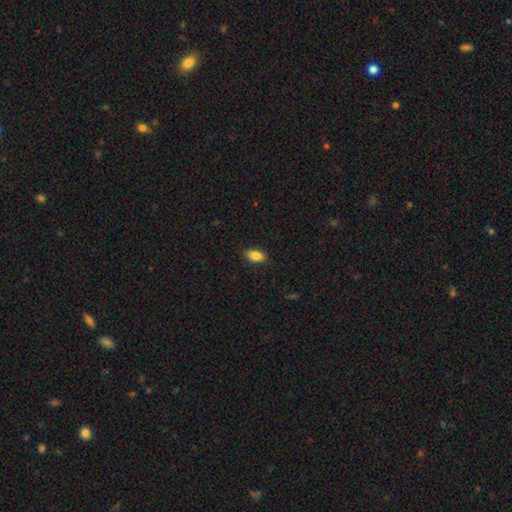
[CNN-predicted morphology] This is clearly a smooth galaxy (85%). How rounded: clearly in between (90%). Merging: clearly none (88%).